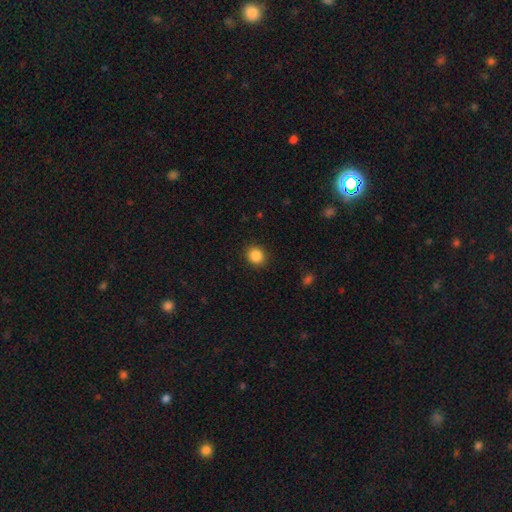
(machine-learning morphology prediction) This appears to be a smooth galaxy with no disk features (87%) that is round (80%). Merging: none (90%).